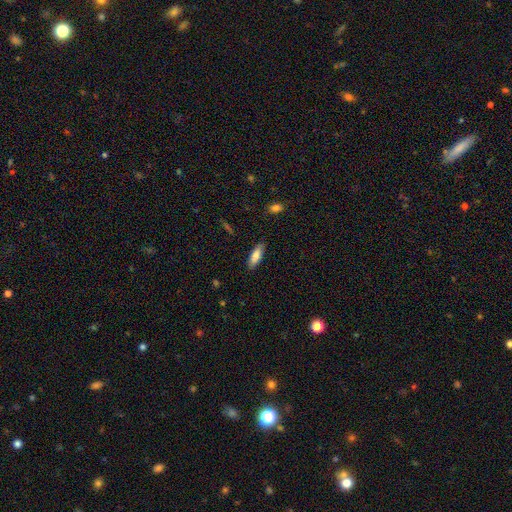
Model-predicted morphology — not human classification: This appears to be a smooth galaxy with no disk features (81%) that is in between round and cigar-shaped (63%). Merging: none (85%).